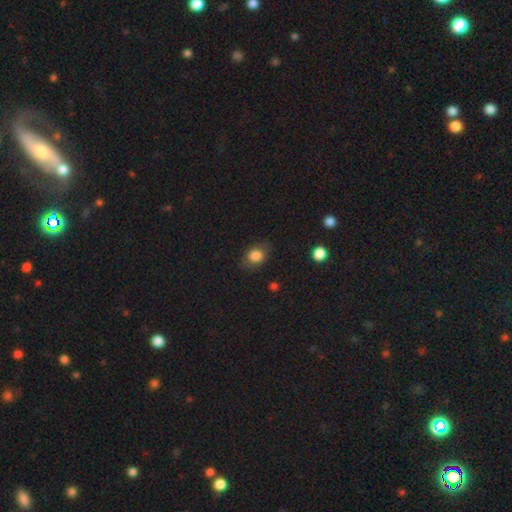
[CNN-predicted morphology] smooth-or-featured: smooth: 80% | featured or disk: 11% | star or artifact: 9%
  how-rounded: in between: 68% | round: 31% | cigar-shaped: 2%
  merging: none: 76% | minor disturbance: 17% | major disturbance: 5% | merger: 1%